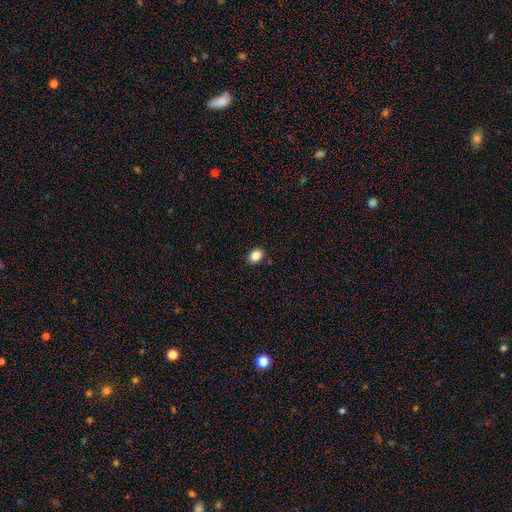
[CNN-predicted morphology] smooth_or_featured: smooth (p=0.86) [alt: star or artifact p=0.10]
how_rounded: in between (p=0.57) [alt: round p=0.42]
merging: none (p=0.89) [alt: minor disturbance p=0.08]